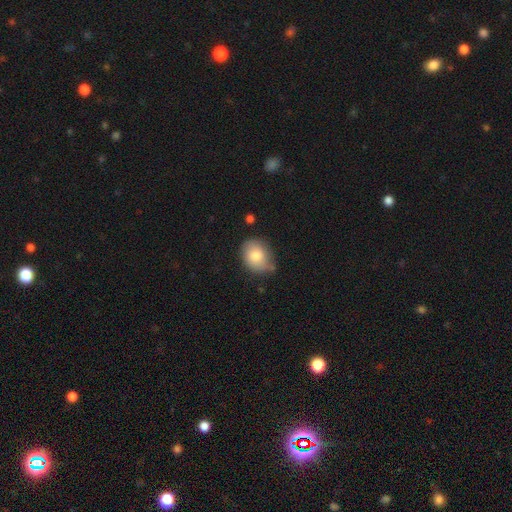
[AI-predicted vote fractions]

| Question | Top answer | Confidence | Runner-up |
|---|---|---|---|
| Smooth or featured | smooth | 79% | featured or disk (13%) |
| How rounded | in between | 57% | round (42%) |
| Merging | none | 67% | minor disturbance (25%) |